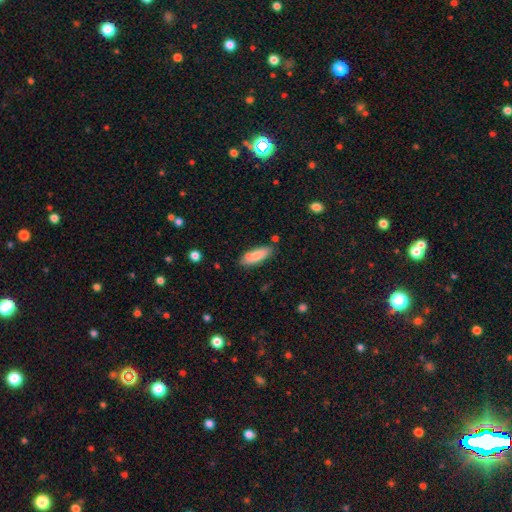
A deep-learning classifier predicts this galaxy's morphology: type=smooth (84%); roundness=in between (57%); merging=none (74%).